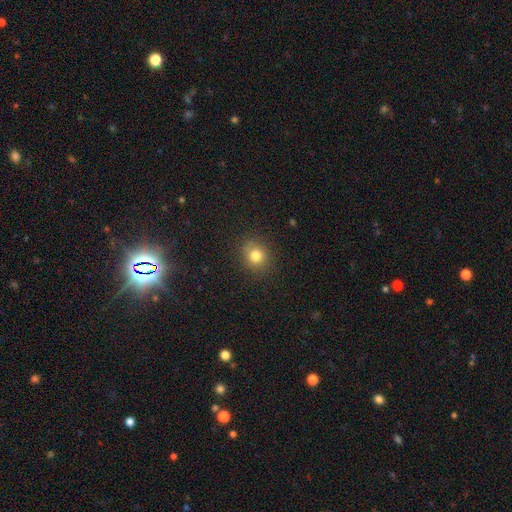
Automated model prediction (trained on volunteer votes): A smooth galaxy with no disk features (80%) that is round (83%). Merging: none (87%).